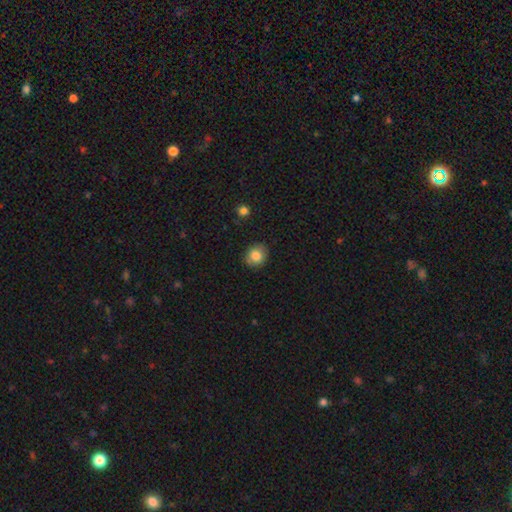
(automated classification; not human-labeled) smooth-or-featured: smooth: 83% | star or artifact: 9% | featured or disk: 8%
  how-rounded: round: 75% | in between: 24% | cigar-shaped: 1%
  merging: none: 85% | minor disturbance: 12% | major disturbance: 2% | merger: 1%